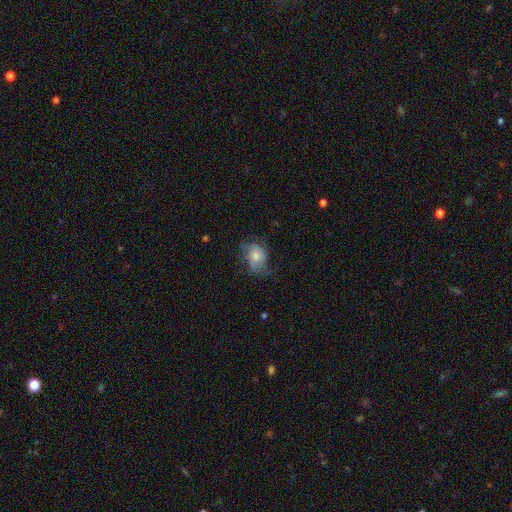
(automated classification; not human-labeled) smooth-or-featured: smooth: 62% | featured or disk: 30% | star or artifact: 9%
  how-rounded: in between: 65% | round: 33% | cigar-shaped: 1%
  merging: none: 47% | minor disturbance: 30% | major disturbance: 21% | merger: 1%